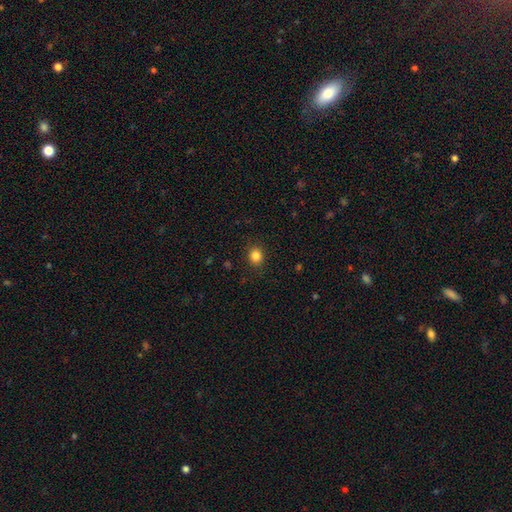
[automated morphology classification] The model was most divided on "how rounded": round: 74%, in between: 25%, cigar-shaped: 1%. More confident: merging — none (89%); smooth or featured — smooth (84%).